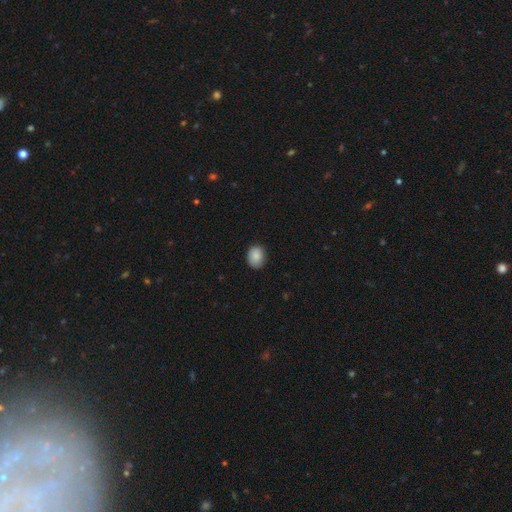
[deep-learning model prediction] smooth_or_featured: smooth (p=0.87) [alt: star or artifact p=0.08]
how_rounded: in between (p=0.52) [alt: round p=0.48]
merging: none (p=0.82) [alt: minor disturbance p=0.14]